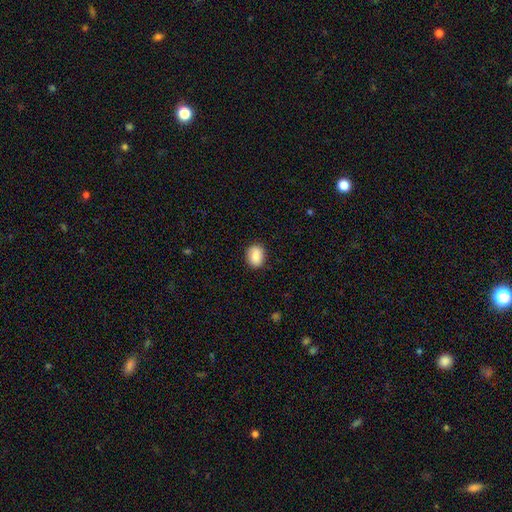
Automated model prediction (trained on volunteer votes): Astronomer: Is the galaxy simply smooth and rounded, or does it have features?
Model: smooth — 85%.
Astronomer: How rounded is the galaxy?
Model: in between — 56% (runner-up: round, 43%).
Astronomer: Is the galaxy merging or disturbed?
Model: none — 82%.